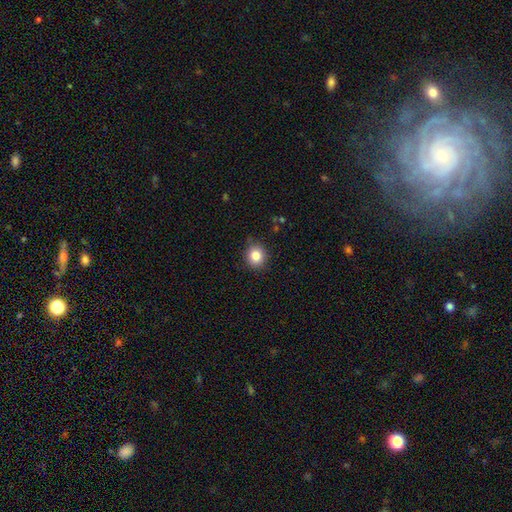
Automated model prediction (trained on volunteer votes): Smooth or featured?
  - smooth: 84% *
  - star or artifact: 10%
  - featured or disk: 6%
How rounded?
  - round: 84% *
  - in between: 15%
  - cigar-shaped: 1%
Merging?
  - none: 85% *
  - minor disturbance: 11%
  - major disturbance: 2%
  - merger: 1%